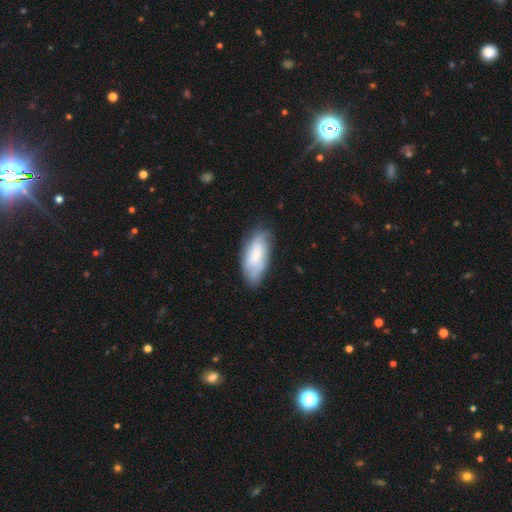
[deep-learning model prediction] Smooth or featured? smooth (50%)
How rounded? in between (85%)
Merging? none (67%)